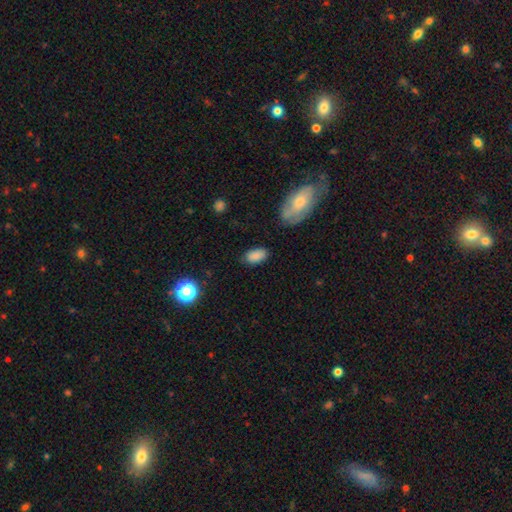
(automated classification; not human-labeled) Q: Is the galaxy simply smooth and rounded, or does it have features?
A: smooth — 85%.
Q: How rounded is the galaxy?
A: in between — 93%.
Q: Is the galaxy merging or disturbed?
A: none — 81%.